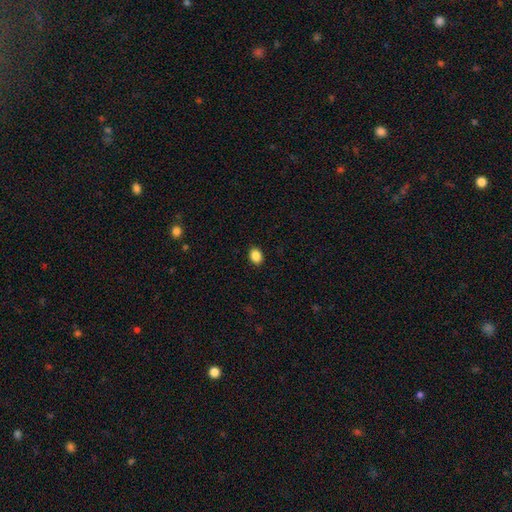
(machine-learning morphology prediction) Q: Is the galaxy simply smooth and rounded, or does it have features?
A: smooth — 88%.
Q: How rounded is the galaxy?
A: in between — 68%.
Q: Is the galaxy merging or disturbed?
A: none — 90%.